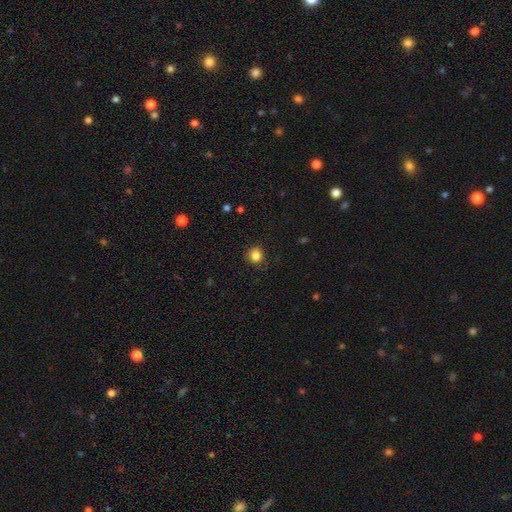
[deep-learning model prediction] Overall: smooth (84%). How rounded: round (90%). Merging: none (85%).